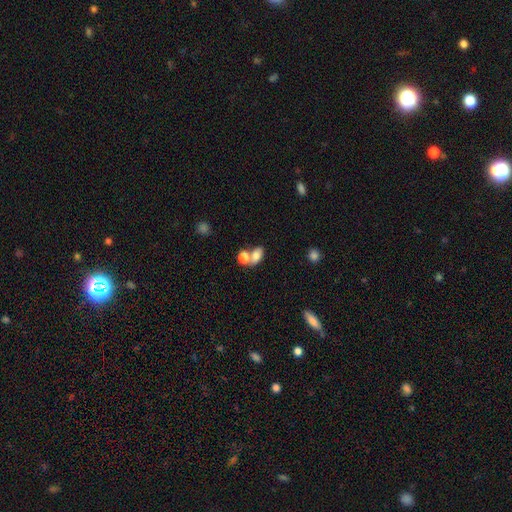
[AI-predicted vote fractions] The model was most divided on "merging": merger: 56%, none: 30%, minor disturbance: 10%, major disturbance: 5%. More confident: how rounded — in between (80%); smooth or featured — smooth (76%).